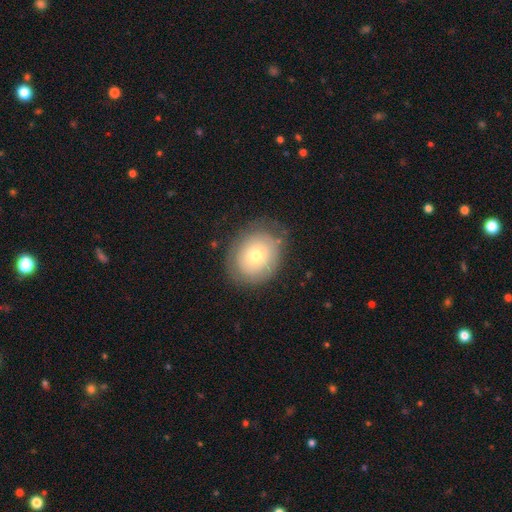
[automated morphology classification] This appears to be a smooth galaxy with no disk features (56%) that is round (62%). Merging: none (74%).